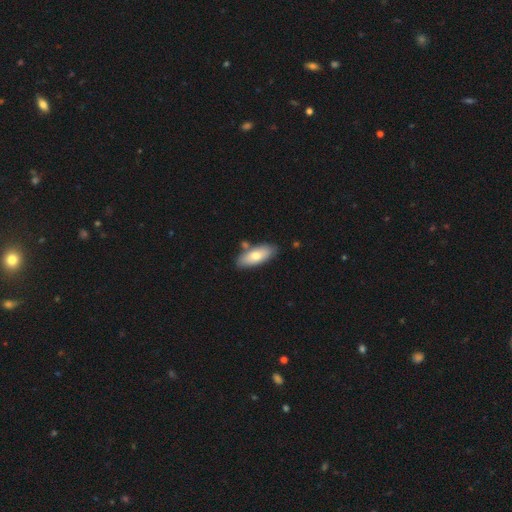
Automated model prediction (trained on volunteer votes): smooth-or-featured: smooth: 73% | featured or disk: 22% | star or artifact: 6%
  how-rounded: in between: 79% | cigar-shaped: 18% | round: 2%
  merging: none: 78% | minor disturbance: 12% | merger: 8% | major disturbance: 2%